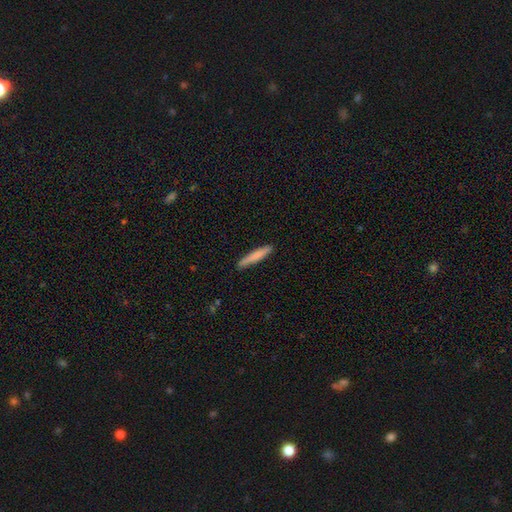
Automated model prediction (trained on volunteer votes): This appears to be a smooth galaxy with no disk features (77%) that is cigar-shaped (94%). Merging: none (88%).